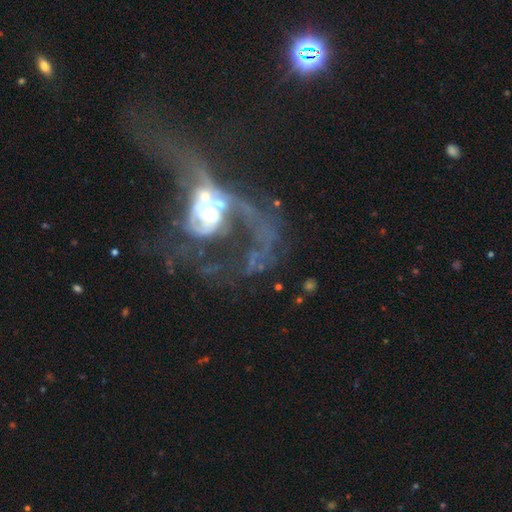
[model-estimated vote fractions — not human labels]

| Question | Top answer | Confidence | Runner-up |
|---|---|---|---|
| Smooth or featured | featured or disk | 72% | smooth (15%) |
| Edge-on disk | no | 95% | yes (5%) |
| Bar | no | 71% | weak (21%) |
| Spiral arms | yes | 57% | no (43%) |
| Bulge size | moderate | 52% | small (26%) |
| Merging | merger | 52% | major disturbance (32%) |